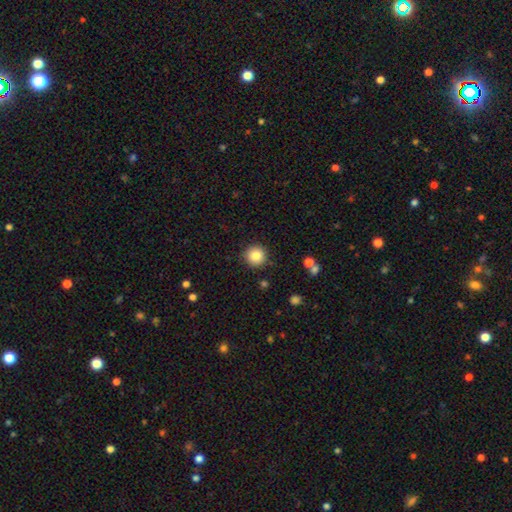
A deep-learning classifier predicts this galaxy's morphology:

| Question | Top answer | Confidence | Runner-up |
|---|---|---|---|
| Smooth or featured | smooth | 84% | star or artifact (10%) |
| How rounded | round | 95% | in between (5%) |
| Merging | none | 89% | minor disturbance (7%) |